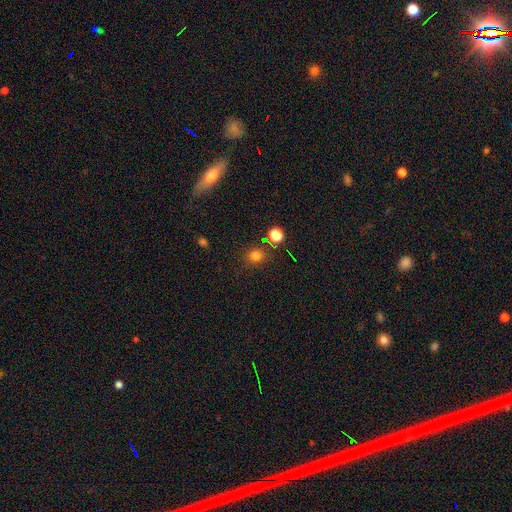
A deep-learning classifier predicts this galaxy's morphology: The model was most divided on "smooth or featured": smooth: 76%, star or artifact: 18%, featured or disk: 6%. More confident: how rounded — round (81%); merging — none (81%).